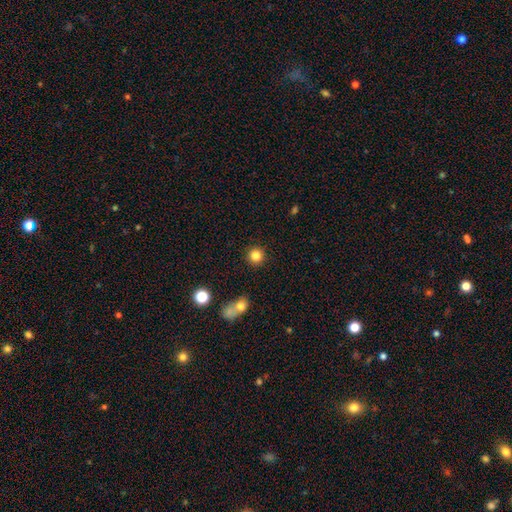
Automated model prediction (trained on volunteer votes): smooth-or-featured: smooth: 84% | star or artifact: 11% | featured or disk: 5%
  how-rounded: round: 94% | in between: 5% | cigar-shaped: 1%
  merging: none: 91% | minor disturbance: 5% | merger: 2% | major disturbance: 2%